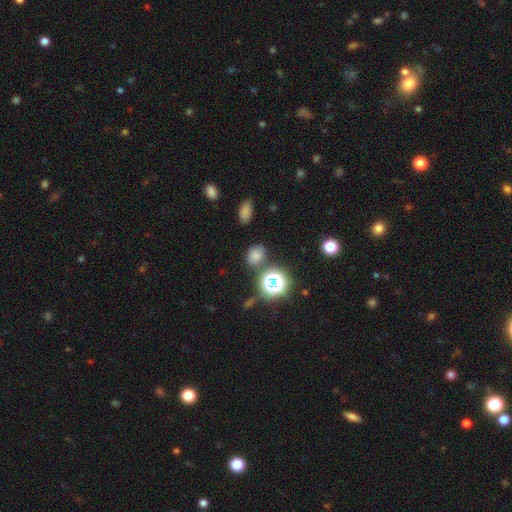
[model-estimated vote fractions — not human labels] This is likely a smooth galaxy (68%). How rounded: possibly round (50%). Merging: likely none (74%).